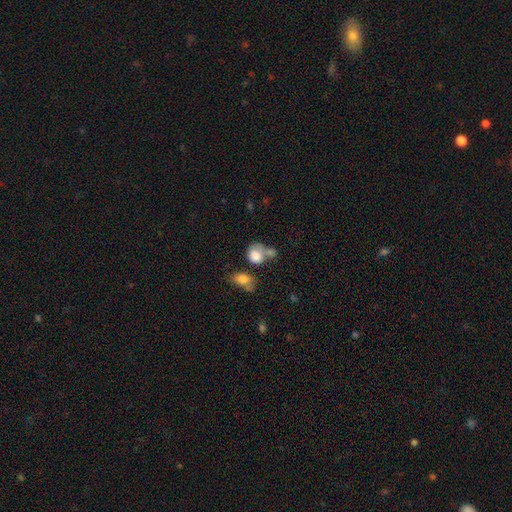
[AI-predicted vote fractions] Q: Smooth or featured?
A: smooth (80%); runner-up: featured or disk (11%)
Q: How rounded?
A: round (50%); runner-up: in between (48%)
Q: Merging?
A: merger (47%); runner-up: none (27%)